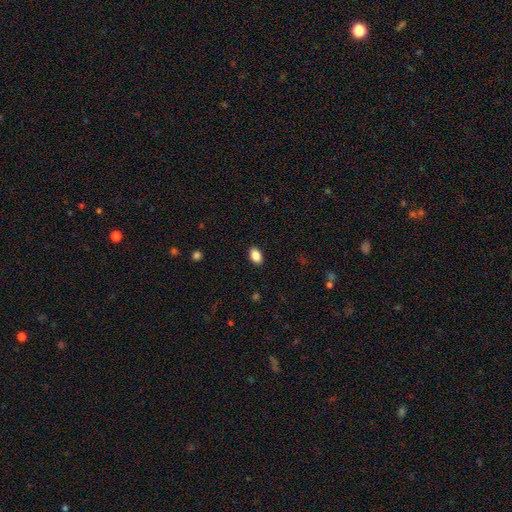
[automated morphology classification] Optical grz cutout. It shows a smooth galaxy with no disk features (88%) that is in between round and cigar-shaped (88%). Merging: none (89%).